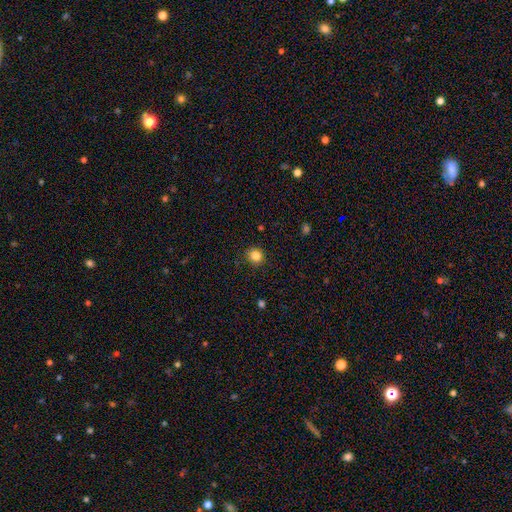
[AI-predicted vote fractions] This is clearly a smooth galaxy (85%). How rounded: clearly round (88%). Merging: clearly none (88%).